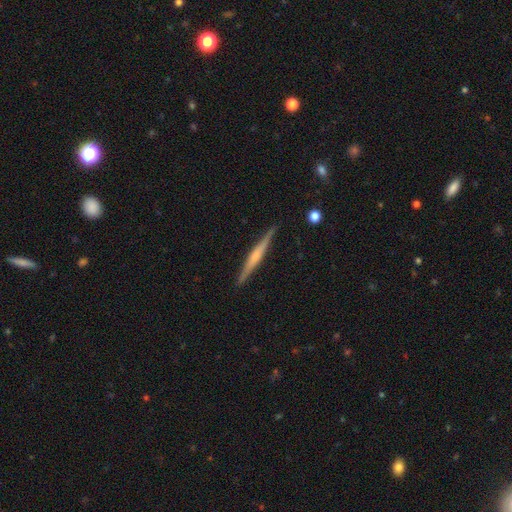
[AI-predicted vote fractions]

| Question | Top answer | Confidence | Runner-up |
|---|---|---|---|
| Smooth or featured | featured or disk | 65% | smooth (29%) |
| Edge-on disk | yes | 98% | no (2%) |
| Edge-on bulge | rounded | 51% | none (31%) |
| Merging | none | 90% | minor disturbance (7%) |